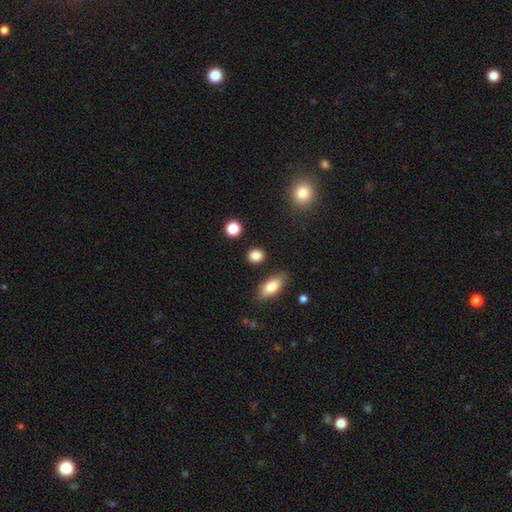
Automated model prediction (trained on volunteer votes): smooth-or-featured: smooth: 85% | star or artifact: 10% | featured or disk: 5%
  how-rounded: round: 69% | in between: 28% | cigar-shaped: 3%
  merging: none: 86% | minor disturbance: 8% | merger: 3% | major disturbance: 3%